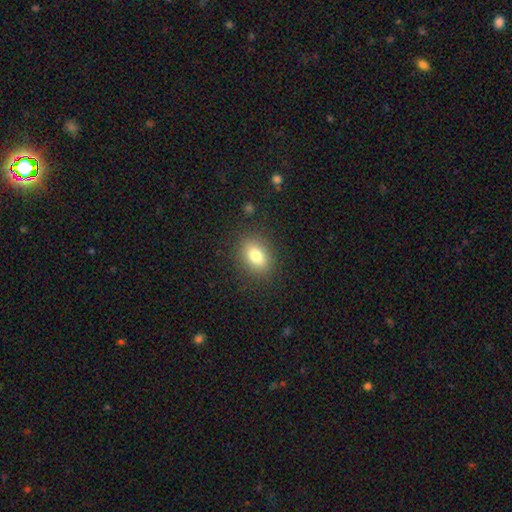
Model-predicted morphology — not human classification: type=smooth (78%); roundness=in between (70%); merging=none (86%).